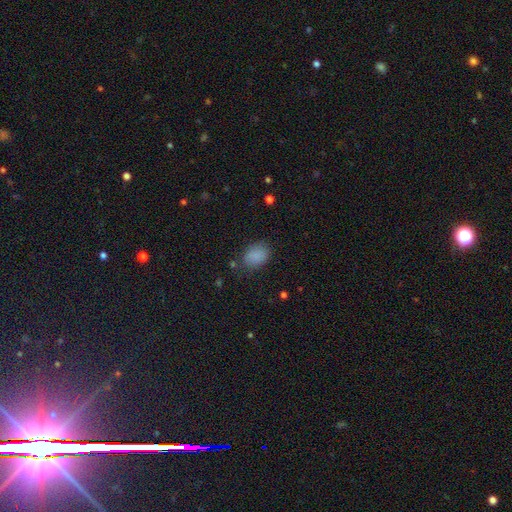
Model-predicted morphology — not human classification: Overall: smooth (86%). How rounded: in between (77%). Merging: none (76%).